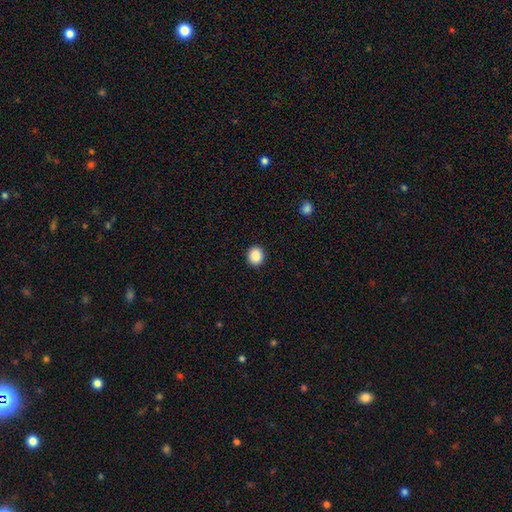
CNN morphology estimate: smooth_or_featured: smooth (p=0.89) [alt: star or artifact p=0.09]
how_rounded: round (p=0.75) [alt: in between p=0.24]
merging: none (p=0.92) [alt: minor disturbance p=0.06]